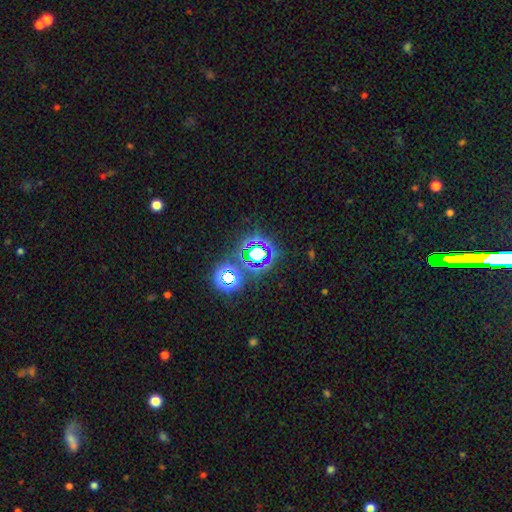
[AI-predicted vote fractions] star or artifact 64%, smooth 24%, featured or disk 12%.